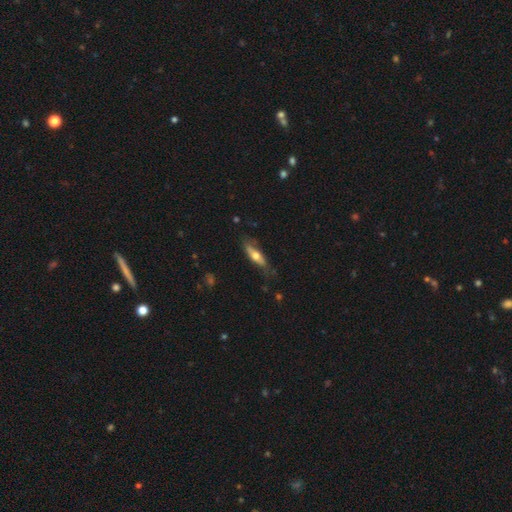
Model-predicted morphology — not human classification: smooth 50%, featured or disk 45%, star or artifact 6%. Down the decision tree: merging — none (65%).